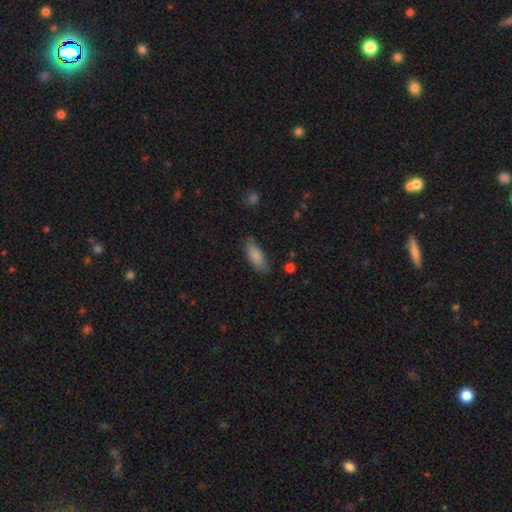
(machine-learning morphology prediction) Smooth or featured? Predicted: smooth (p=0.86). How rounded? Predicted: in between (p=0.75). Merging? Predicted: none (p=0.78).